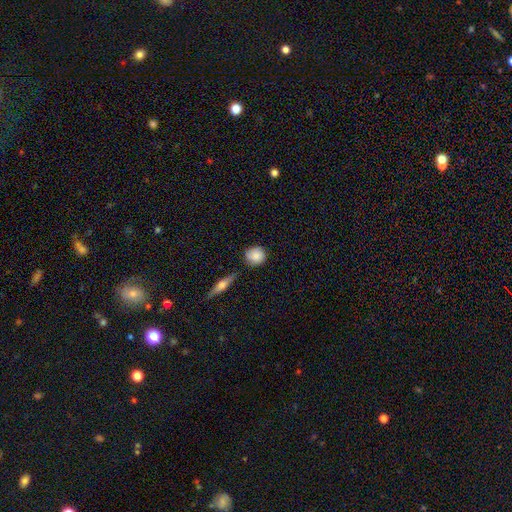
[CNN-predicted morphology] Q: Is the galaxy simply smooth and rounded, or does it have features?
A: smooth — 83%.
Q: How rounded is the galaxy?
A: round — 84%.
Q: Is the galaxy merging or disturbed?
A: none — 74%.